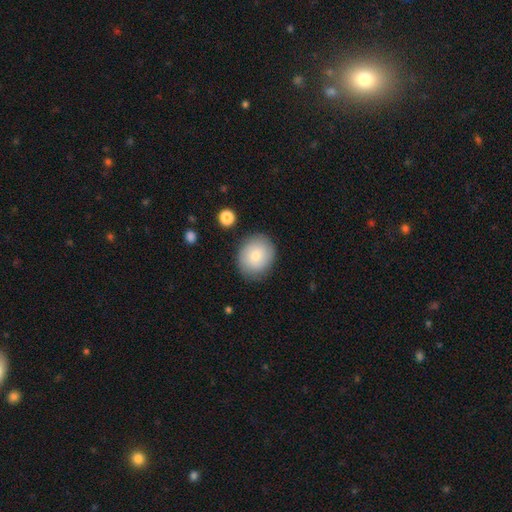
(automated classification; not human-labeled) A smooth galaxy with no disk features (77%) that is round (68%).

Vote fractions:
- Smooth or featured? smooth: 77% / featured or disk: 15% / star or artifact: 8%
- How rounded? round: 68% / in between: 32% / cigar-shaped: 1%
- Merging? none: 83% / minor disturbance: 12% / major disturbance: 3% / merger: 2%